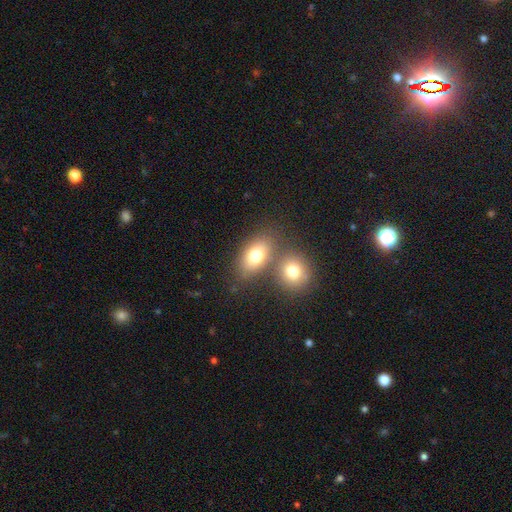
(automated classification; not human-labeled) The model was most divided on "merging": none: 52%, merger: 34%, minor disturbance: 10%, major disturbance: 4%. More confident: how rounded — in between (81%); smooth or featured — smooth (76%).